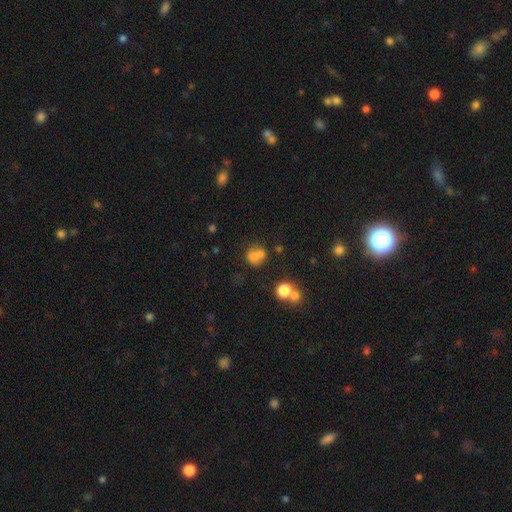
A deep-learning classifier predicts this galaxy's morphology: The model was most divided on "merging": merger: 48%, none: 36%, minor disturbance: 10%, major disturbance: 6%. More confident: how rounded — round (73%); smooth or featured — smooth (66%).